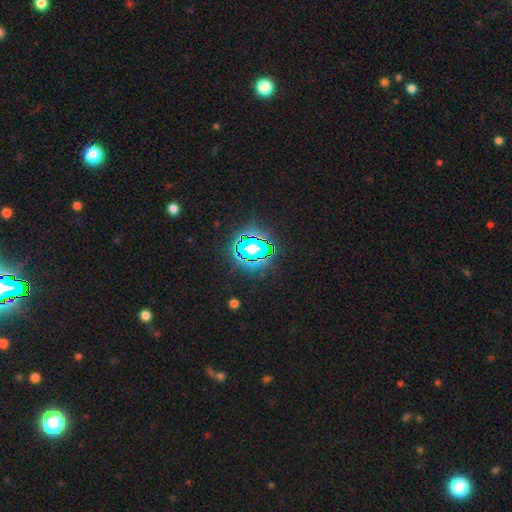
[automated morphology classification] Smooth or featured?
  - star or artifact: 82% *
  - smooth: 11%
  - featured or disk: 6%